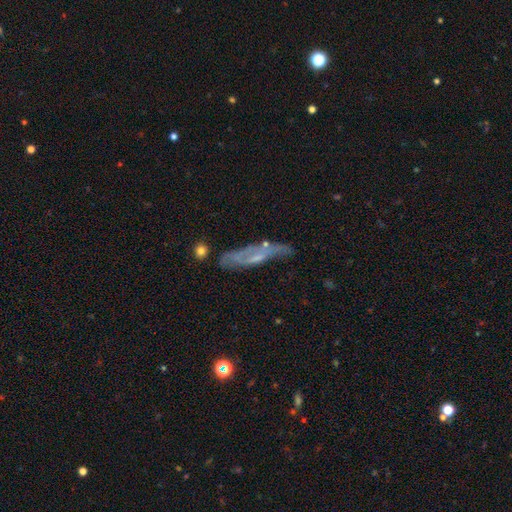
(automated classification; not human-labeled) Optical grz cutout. It shows a featured or disk galaxy (61%). Merging: none (52%).